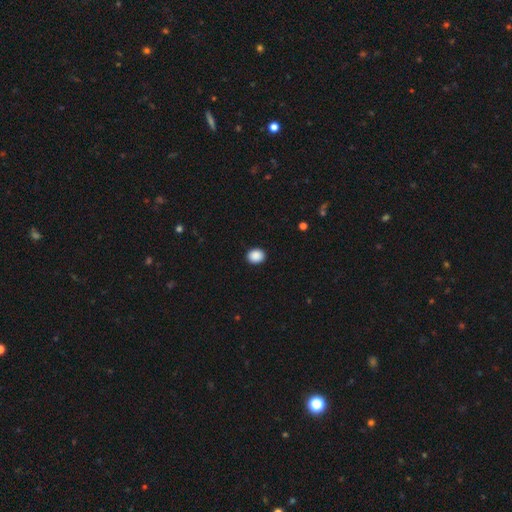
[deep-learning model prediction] Smooth or featured: smooth — 89% (star or artifact — 8%)
How rounded: round — 60% (in between — 39%)
Merging: none — 91% (minor disturbance — 6%)